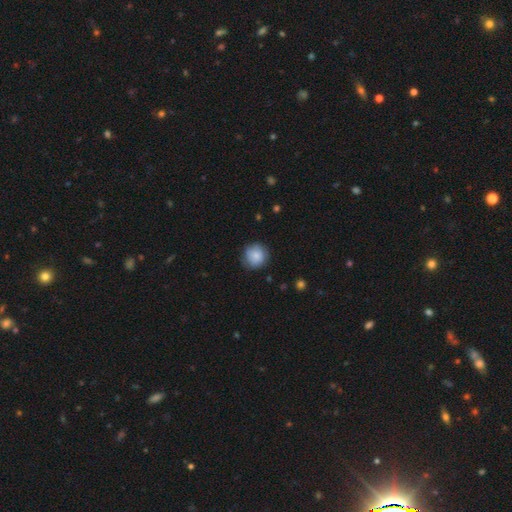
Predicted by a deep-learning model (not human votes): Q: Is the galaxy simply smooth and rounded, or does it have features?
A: smooth — 84%.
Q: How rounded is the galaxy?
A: round — 92%.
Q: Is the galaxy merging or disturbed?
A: none — 81%.